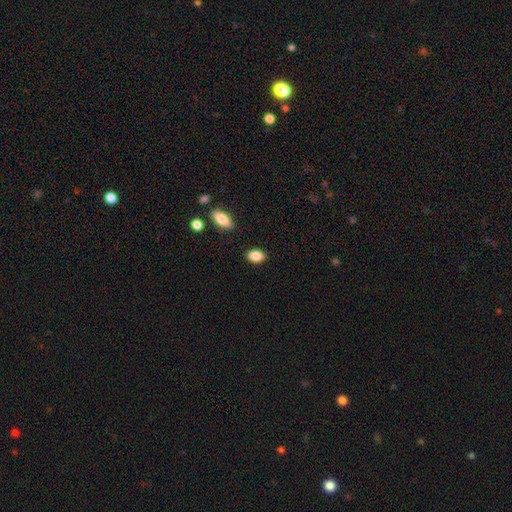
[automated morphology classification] A smooth galaxy with no disk features (88%) that is in between round and cigar-shaped (85%). Merging: none (88%).